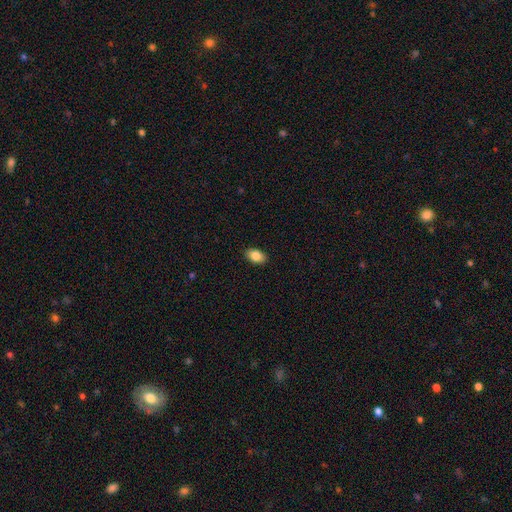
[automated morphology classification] Smooth or featured? smooth (85%)
How rounded? in between (89%)
Merging? none (89%)